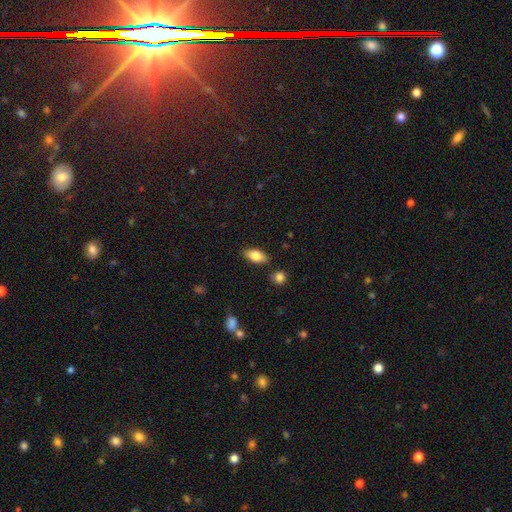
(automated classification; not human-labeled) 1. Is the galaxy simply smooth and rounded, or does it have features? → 78% smooth, 15% featured or disk, 7% star or artifact.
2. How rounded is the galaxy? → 87% in between, 9% cigar-shaped, 4% round.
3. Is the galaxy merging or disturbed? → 83% none, 11% minor disturbance, 4% merger, 2% major disturbance.